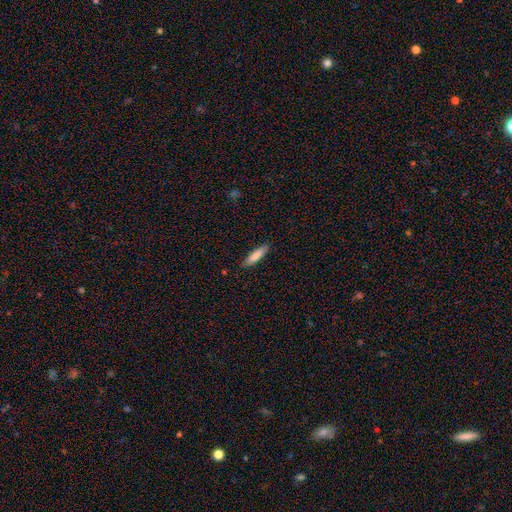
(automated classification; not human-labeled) Smooth or featured?
  - smooth: 83% *
  - featured or disk: 11%
  - star or artifact: 6%
How rounded?
  - cigar-shaped: 75% *
  - in between: 24%
  - round: 1%
Merging?
  - none: 86% *
  - minor disturbance: 11%
  - major disturbance: 2%
  - merger: 1%